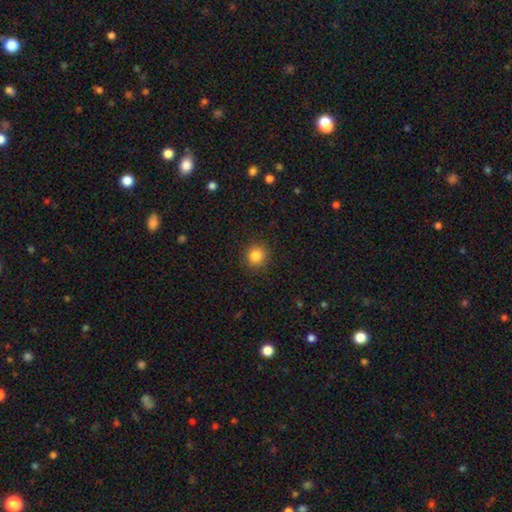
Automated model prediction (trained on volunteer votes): This is clearly a smooth galaxy (85%). How rounded: clearly round (91%). Merging: clearly none (90%).